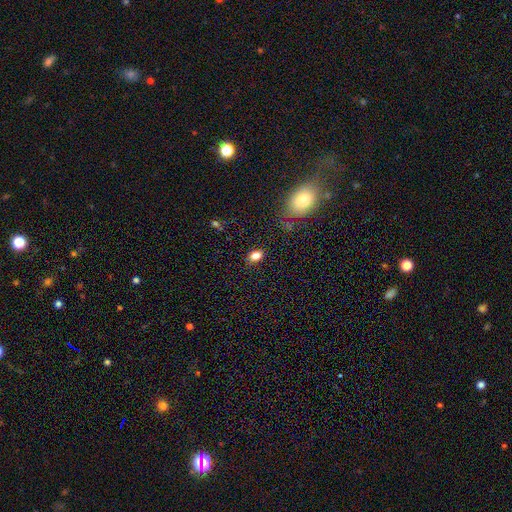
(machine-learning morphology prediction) smooth-or-featured: smooth: 81% | star or artifact: 12% | featured or disk: 7%
  how-rounded: in between: 74% | round: 24% | cigar-shaped: 2%
  merging: none: 84% | minor disturbance: 11% | major disturbance: 3% | merger: 2%